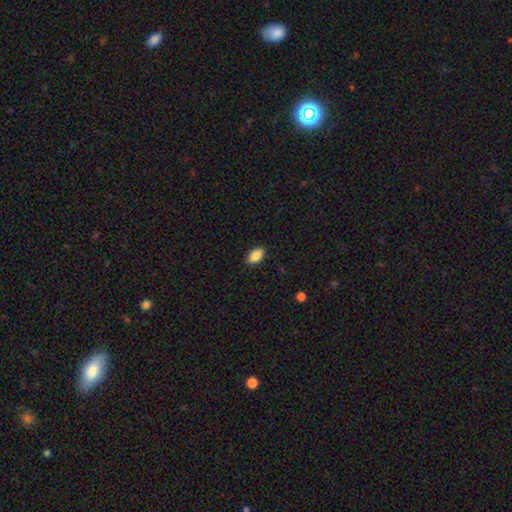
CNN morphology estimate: A smooth galaxy with no disk features (88%) that is in between round and cigar-shaped (92%). Merging: none (88%).